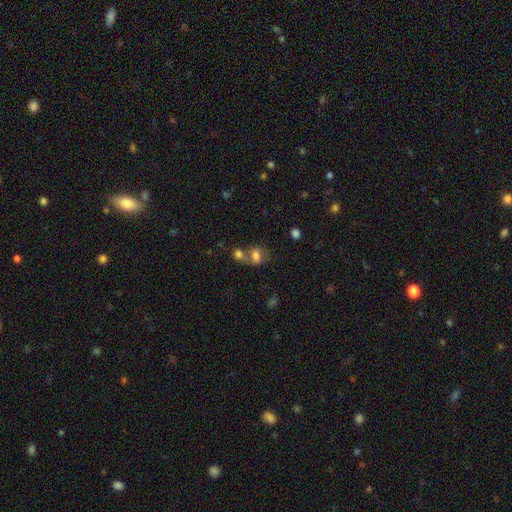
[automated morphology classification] Overall: smooth (68%). How rounded: in between (64%; round 34%). Merging: merger (53%; none 31%).